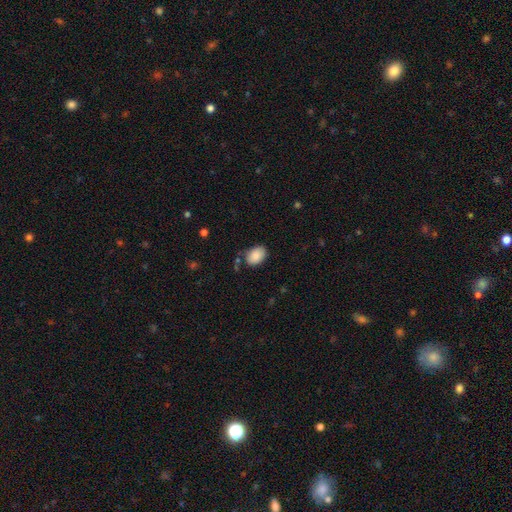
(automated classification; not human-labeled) Smooth or featured: smooth — 88% (star or artifact — 7%)
How rounded: in between — 83% (round — 16%)
Merging: none — 76% (minor disturbance — 16%)